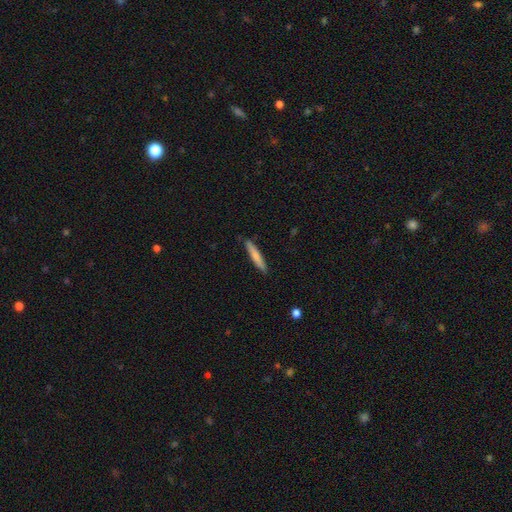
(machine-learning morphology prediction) smooth-or-featured: smooth: 72% | featured or disk: 23% | star or artifact: 5%
  how-rounded: cigar-shaped: 93% | in between: 6% | round: 1%
  merging: none: 88% | minor disturbance: 9% | major disturbance: 2% | merger: 1%